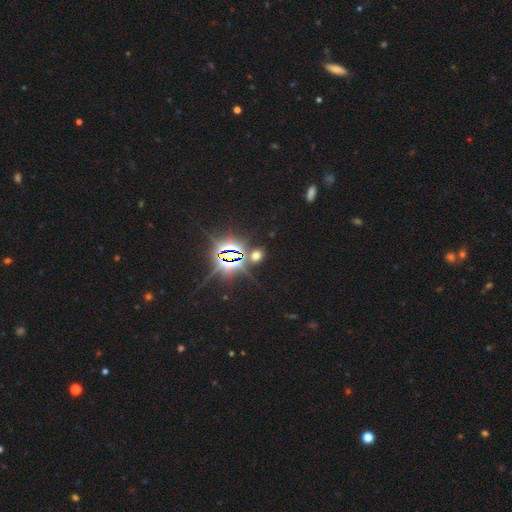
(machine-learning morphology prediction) Q: Smooth or featured?
A: star or artifact (56%); runner-up: smooth (36%)